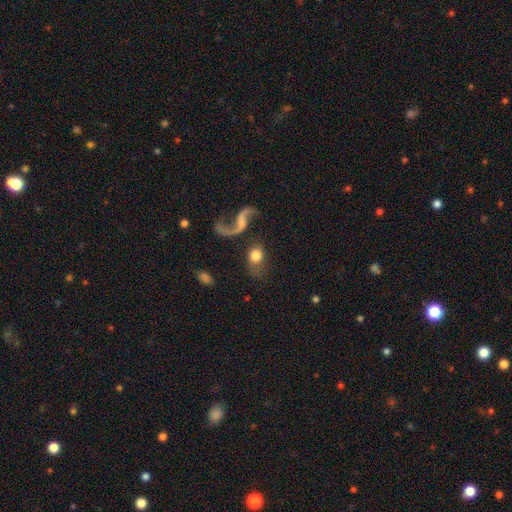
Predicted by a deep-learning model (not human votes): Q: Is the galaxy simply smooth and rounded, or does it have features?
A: smooth — 51%.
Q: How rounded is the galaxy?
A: round — 51%.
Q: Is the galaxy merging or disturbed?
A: none — 50%.